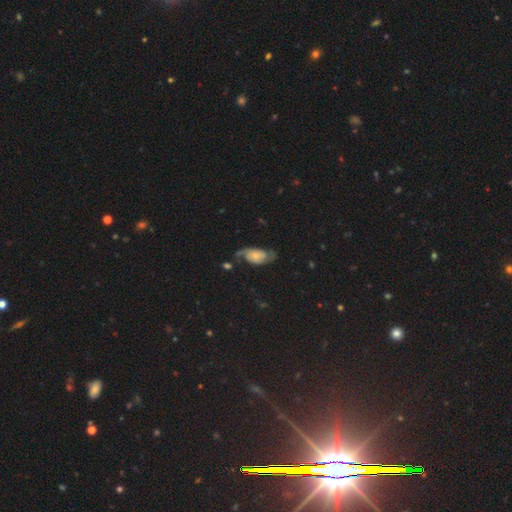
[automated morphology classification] Overall: featured or disk (73%). Edge-on disk: no (95%). Bar: no (68%). Spiral arms: yes (93%). Spiral arm count: 2 (87%). Spiral winding: medium (39%; loose 35%). Bulge size: small (50%; moderate 34%). Merging: none (59%; minor disturbance 22%).